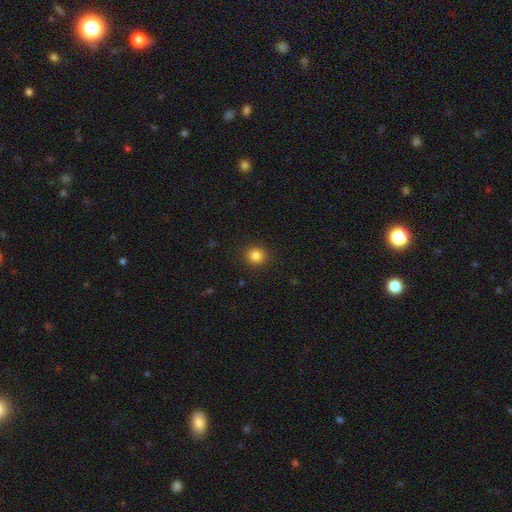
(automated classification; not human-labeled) This appears to be a smooth galaxy with no disk features (84%) that is round (91%). Merging: none (91%).